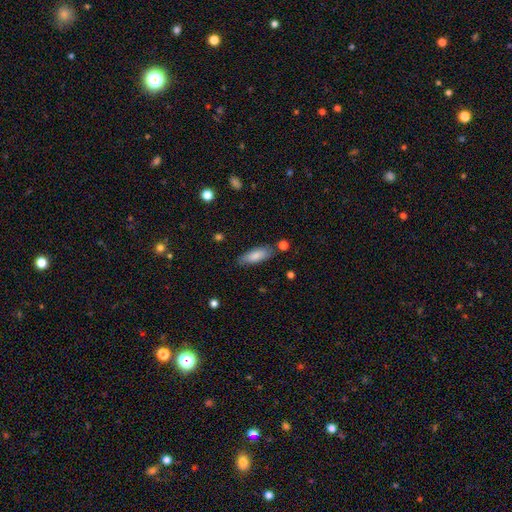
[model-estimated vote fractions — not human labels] A smooth galaxy with no disk features (81%) that is in between round and cigar-shaped (62%).

Vote fractions:
- Smooth or featured? smooth: 81% / featured or disk: 13% / star or artifact: 6%
- How rounded? in between: 62% / cigar-shaped: 36% / round: 2%
- Merging? none: 79% / minor disturbance: 14% / merger: 4% / major disturbance: 3%